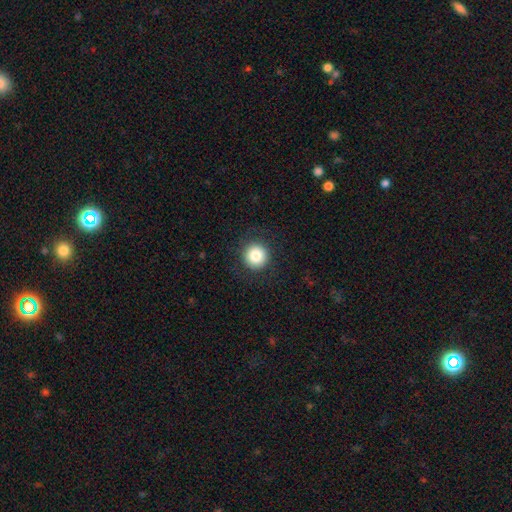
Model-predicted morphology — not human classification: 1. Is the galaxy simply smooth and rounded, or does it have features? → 83% smooth, 9% star or artifact, 7% featured or disk.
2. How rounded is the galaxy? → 96% round, 3% in between, 1% cigar-shaped.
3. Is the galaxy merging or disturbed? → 89% none, 7% minor disturbance, 3% major disturbance, 1% merger.